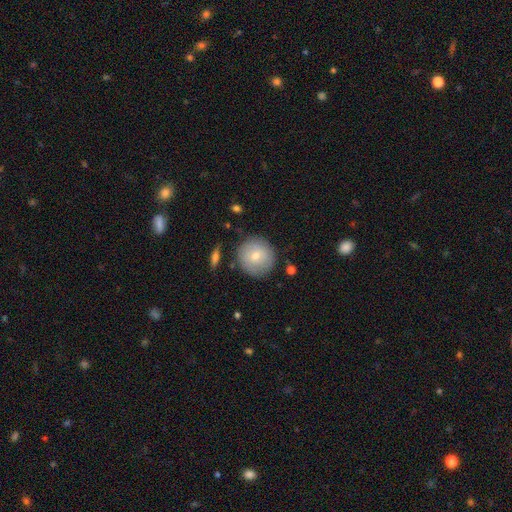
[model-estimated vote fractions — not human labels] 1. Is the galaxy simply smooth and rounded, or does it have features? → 71% smooth, 22% featured or disk, 7% star or artifact.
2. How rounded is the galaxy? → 94% round, 5% in between, 1% cigar-shaped.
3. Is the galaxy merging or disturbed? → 83% none, 12% minor disturbance, 3% major disturbance, 2% merger.